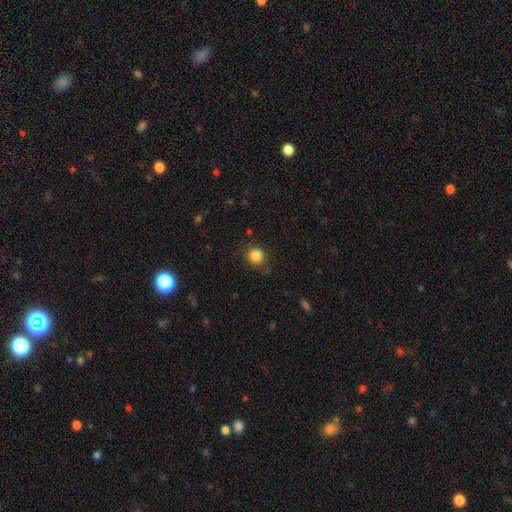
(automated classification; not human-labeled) smooth 85%, star or artifact 11%, featured or disk 4%. Down the decision tree: how rounded — round (86%); merging — none (81%).